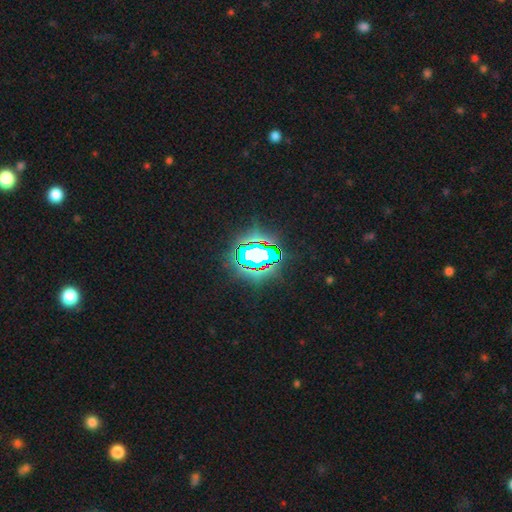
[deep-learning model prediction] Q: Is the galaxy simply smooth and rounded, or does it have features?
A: star or artifact — 73%.